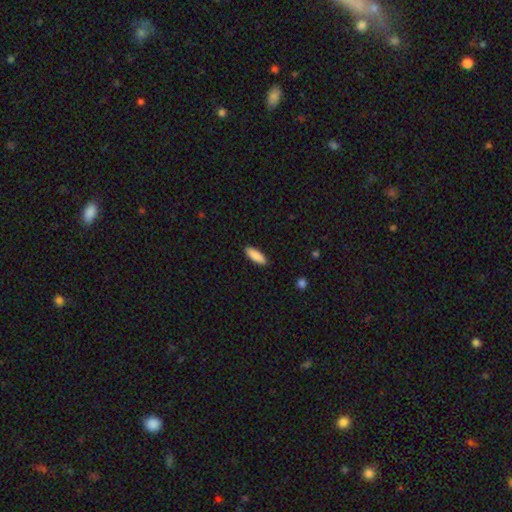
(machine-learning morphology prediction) smooth_or_featured: smooth (p=0.90) [alt: star or artifact p=0.06]
how_rounded: in between (p=0.62) [alt: cigar-shaped p=0.37]
merging: none (p=0.90) [alt: minor disturbance p=0.08]